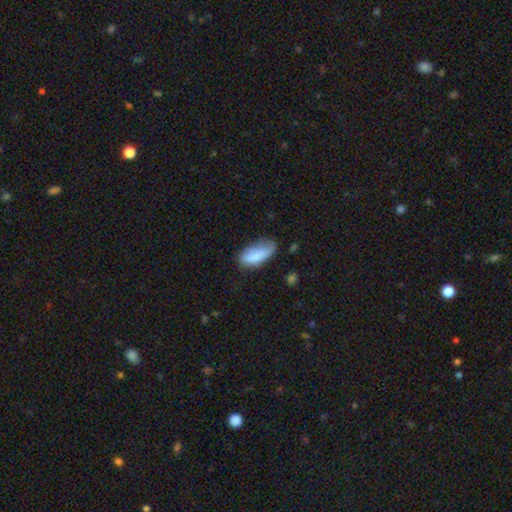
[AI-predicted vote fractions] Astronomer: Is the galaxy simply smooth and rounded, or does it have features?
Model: smooth — 80%.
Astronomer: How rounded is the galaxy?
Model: in between — 84%.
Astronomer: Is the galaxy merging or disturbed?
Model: none — 43% (runner-up: minor disturbance, 38%).